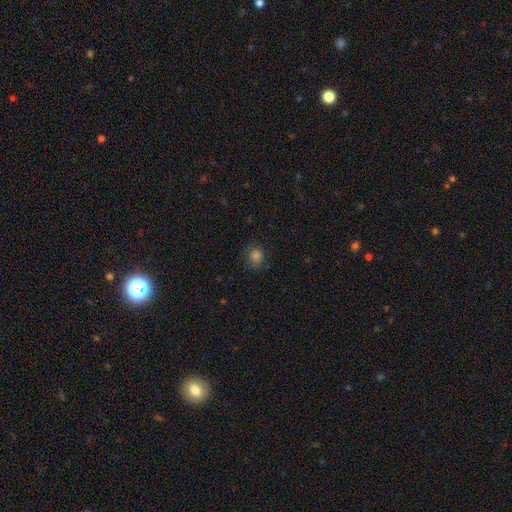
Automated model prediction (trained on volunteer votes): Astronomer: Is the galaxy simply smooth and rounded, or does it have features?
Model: smooth — 81%.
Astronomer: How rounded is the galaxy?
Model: round — 81%.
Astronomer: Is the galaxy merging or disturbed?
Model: none — 80%.